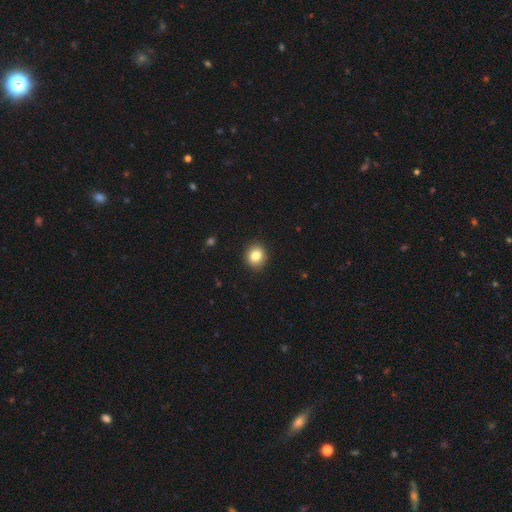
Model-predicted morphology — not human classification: This appears to be a smooth galaxy with no disk features (83%) that is round (74%). Merging: none (91%).